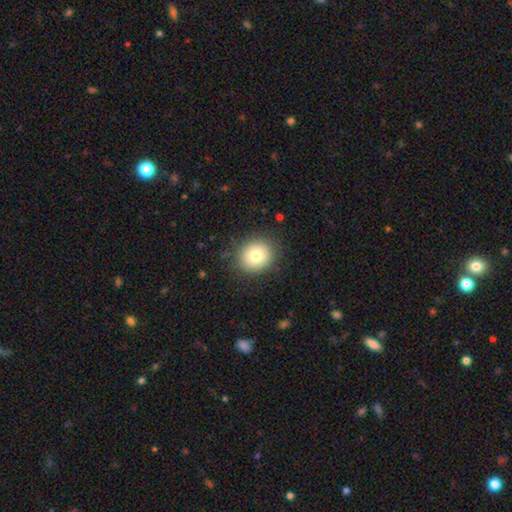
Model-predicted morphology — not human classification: Smooth or featured?
  - smooth: 79% *
  - featured or disk: 11%
  - star or artifact: 10%
How rounded?
  - round: 82% *
  - in between: 18%
  - cigar-shaped: 1%
Merging?
  - none: 86% *
  - minor disturbance: 9%
  - major disturbance: 3%
  - merger: 1%